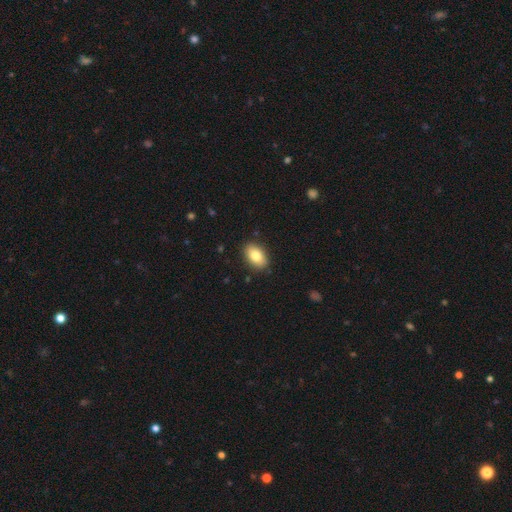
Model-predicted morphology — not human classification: type=smooth (82%); roundness=in between (89%); merging=none (88%).